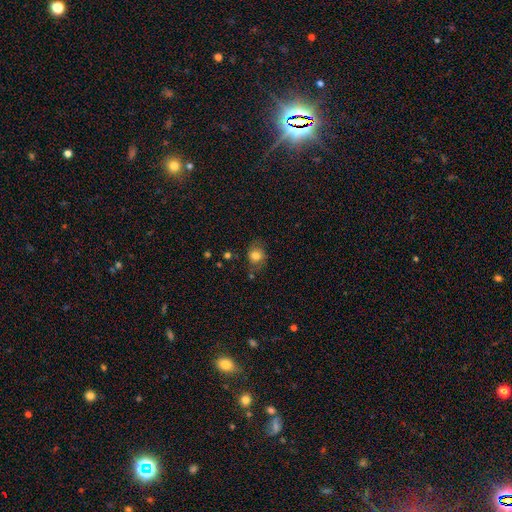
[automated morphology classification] The model was most divided on "how rounded": round: 61%, in between: 38%, cigar-shaped: 1%. More confident: smooth or featured — smooth (77%); merging — none (71%).